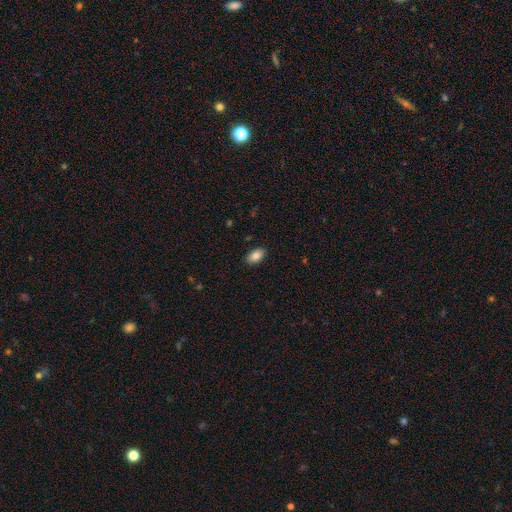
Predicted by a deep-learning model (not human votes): This is clearly a smooth galaxy (86%). How rounded: clearly in between (93%). Merging: clearly none (89%).